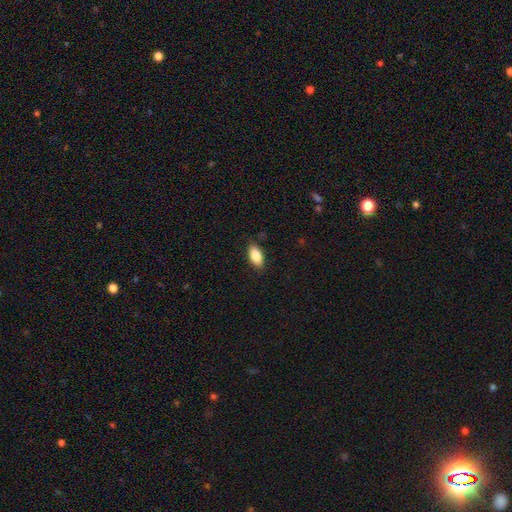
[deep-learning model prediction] Smooth or featured?
  - smooth: 83% *
  - featured or disk: 10%
  - star or artifact: 7%
How rounded?
  - in between: 89% *
  - cigar-shaped: 7%
  - round: 3%
Merging?
  - none: 84% *
  - minor disturbance: 12%
  - major disturbance: 2%
  - merger: 1%